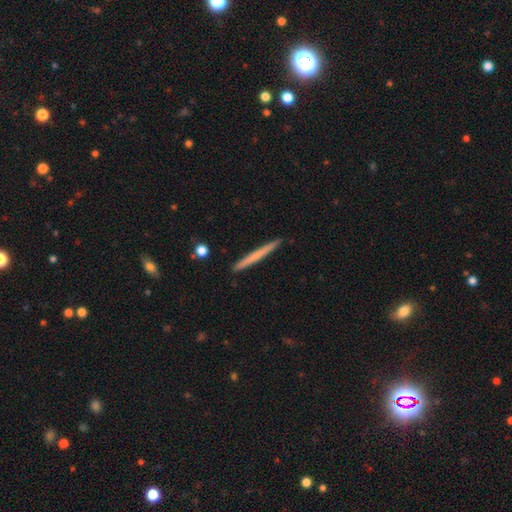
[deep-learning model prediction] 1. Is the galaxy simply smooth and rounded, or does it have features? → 58% smooth, 37% featured or disk, 5% star or artifact.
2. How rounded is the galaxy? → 97% cigar-shaped, 1% in between, 1% round.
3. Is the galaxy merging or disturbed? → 92% none, 5% minor disturbance, 1% merger, 1% major disturbance.